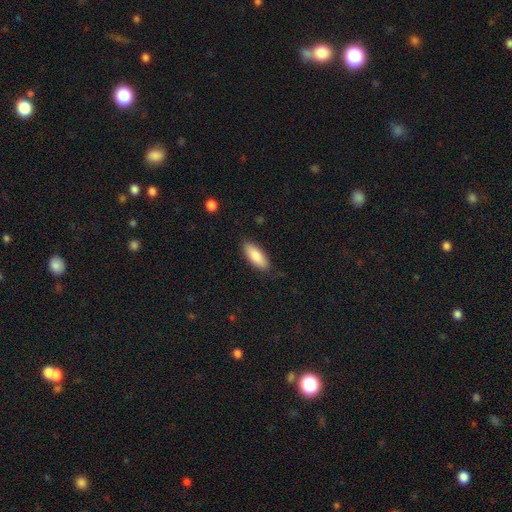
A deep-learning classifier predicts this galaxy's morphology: smooth 83%, featured or disk 11%, star or artifact 6%. Down the decision tree: how rounded — in between (76%); merging — none (83%).